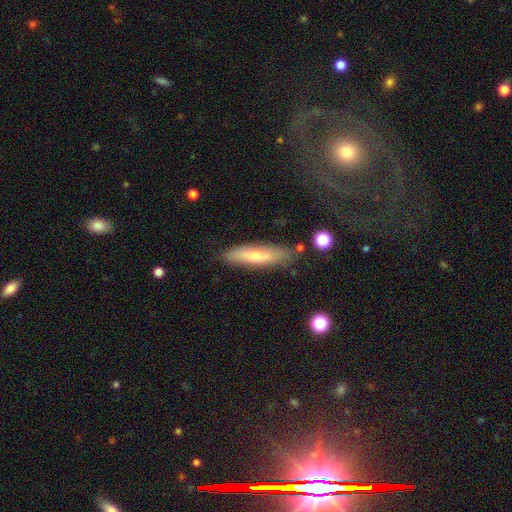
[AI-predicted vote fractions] Smooth or featured? smooth (56%)
How rounded? cigar-shaped (78%)
Merging? none (79%)